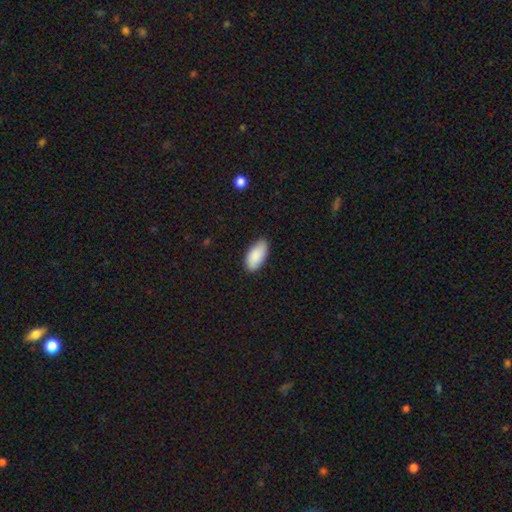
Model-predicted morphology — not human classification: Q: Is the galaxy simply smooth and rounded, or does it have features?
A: smooth — 89%.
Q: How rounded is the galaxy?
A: in between — 94%.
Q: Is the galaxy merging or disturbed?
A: none — 82%.